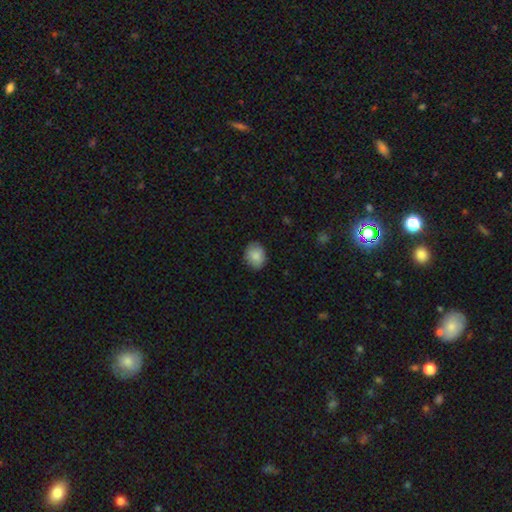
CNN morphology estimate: Overall: smooth (86%). How rounded: in between (52%; round 47%). Merging: none (83%).